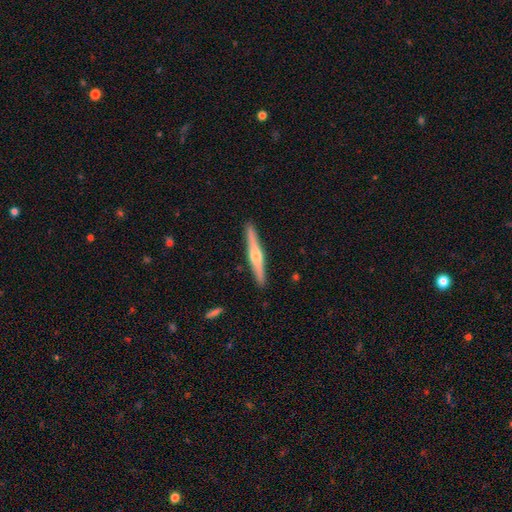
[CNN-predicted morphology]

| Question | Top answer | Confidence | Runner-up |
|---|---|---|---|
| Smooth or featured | featured or disk | 71% | smooth (24%) |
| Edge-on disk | yes | 98% | no (2%) |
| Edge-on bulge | rounded | 87% | boxy (8%) |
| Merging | none | 92% | minor disturbance (6%) |